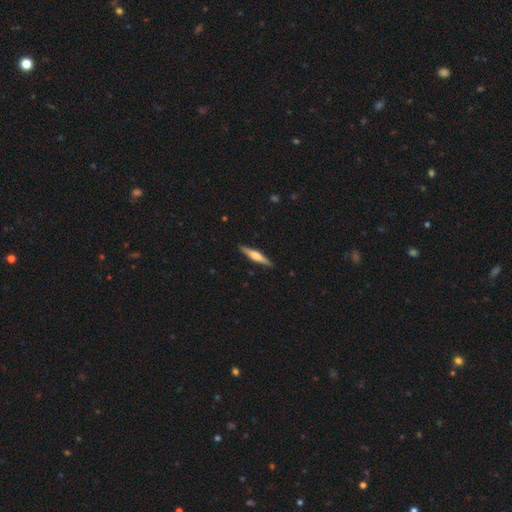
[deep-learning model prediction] This appears to be a featured or disk galaxy (63%) viewed edge-on (98%) with a rounded central bulge (83%). Merging: none (91%).